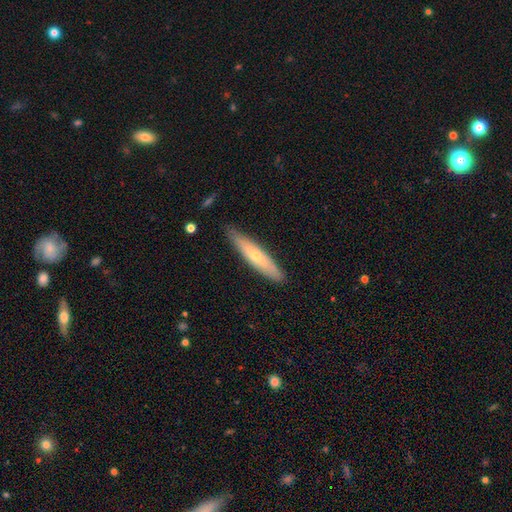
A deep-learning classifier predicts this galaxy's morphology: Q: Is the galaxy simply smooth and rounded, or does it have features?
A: smooth — 53%.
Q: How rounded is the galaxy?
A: cigar-shaped — 86%.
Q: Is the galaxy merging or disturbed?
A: none — 85%.